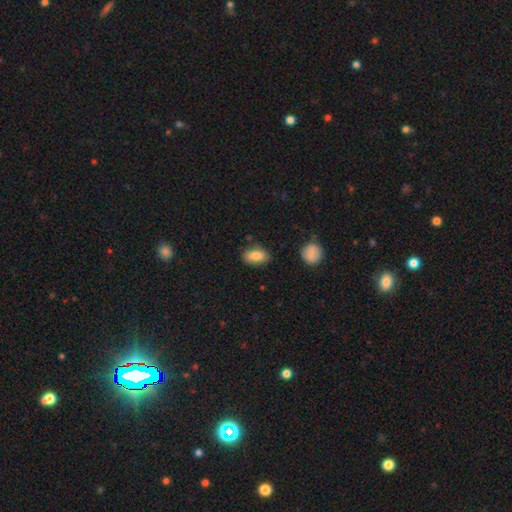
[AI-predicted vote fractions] Smooth or featured? Predicted: smooth (p=0.85). How rounded? Predicted: in between (p=0.90). Merging? Predicted: none (p=0.81).